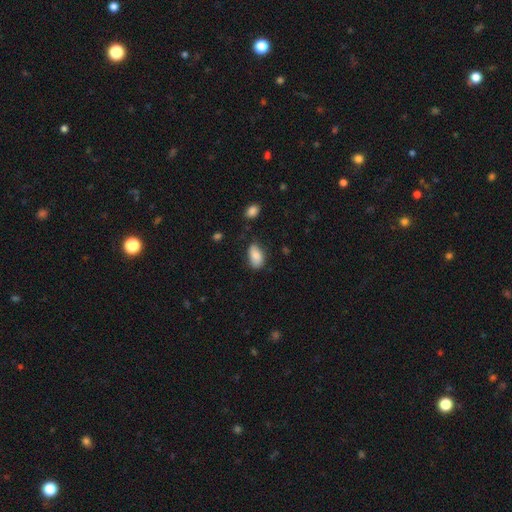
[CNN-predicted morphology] A smooth galaxy with no disk features (85%) that is in between round and cigar-shaped (93%). Merging: none (69%).